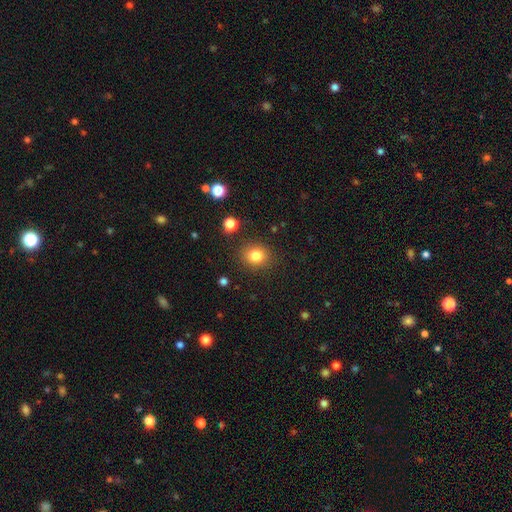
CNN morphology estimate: Q: Smooth or featured?
A: smooth (82%); runner-up: star or artifact (12%)
Q: How rounded?
A: round (78%); runner-up: in between (21%)
Q: Merging?
A: none (86%); runner-up: minor disturbance (8%)